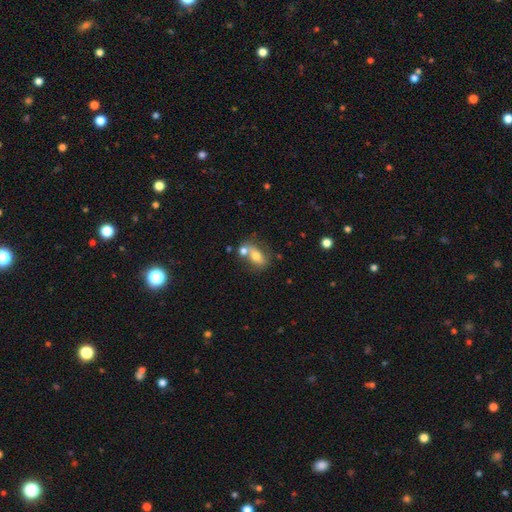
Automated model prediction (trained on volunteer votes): A smooth galaxy with no disk features (67%) that is in between round and cigar-shaped (77%).

Vote fractions:
- Smooth or featured? smooth: 67% / featured or disk: 23% / star or artifact: 10%
- How rounded? in between: 77% / round: 17% / cigar-shaped: 6%
- Merging? merger: 41% / none: 40% / minor disturbance: 13% / major disturbance: 6%